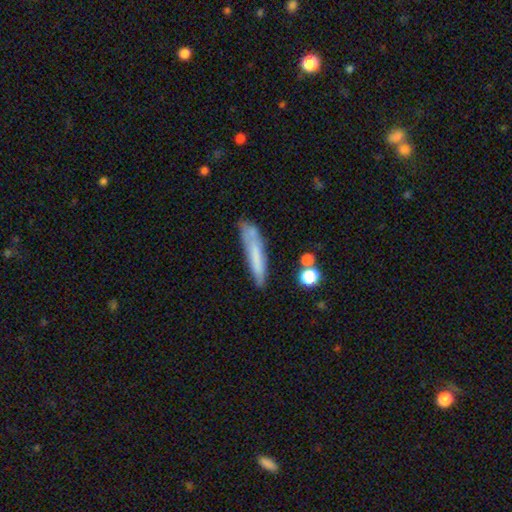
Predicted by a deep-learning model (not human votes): Smooth or featured?
  - smooth: 63% *
  - featured or disk: 28%
  - star or artifact: 9%
How rounded?
  - cigar-shaped: 88% *
  - in between: 11%
  - round: 2%
Merging?
  - none: 59% *
  - minor disturbance: 24%
  - major disturbance: 9%
  - merger: 8%